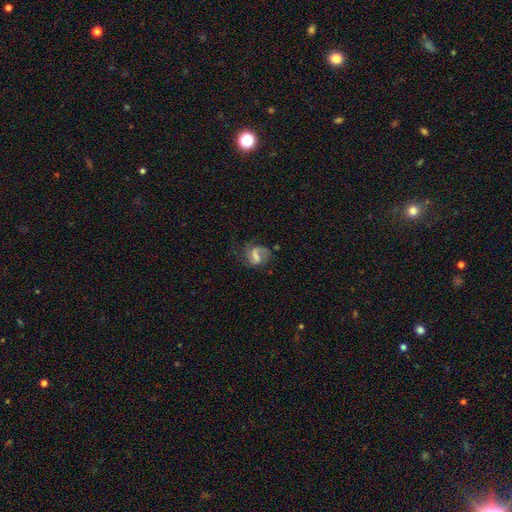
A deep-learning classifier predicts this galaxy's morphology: featured or disk 56%, smooth 33%, star or artifact 11%. Down the decision tree: edge-on disk — no (96%); bar — weak (40%); spiral arms — yes (75%); bulge size — none (40%); merging — none (46%).